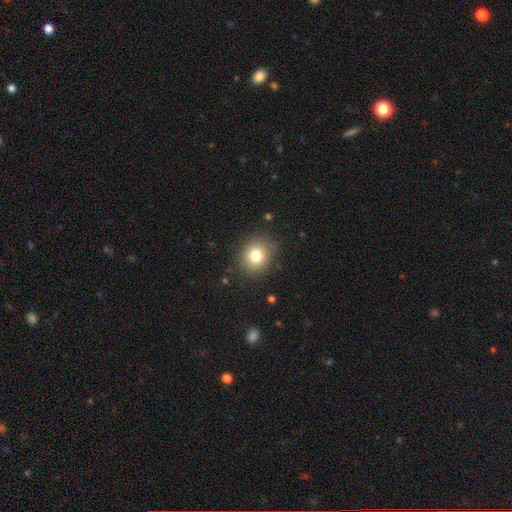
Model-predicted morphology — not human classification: type=smooth (79%); roundness=round (76%); merging=none (85%).